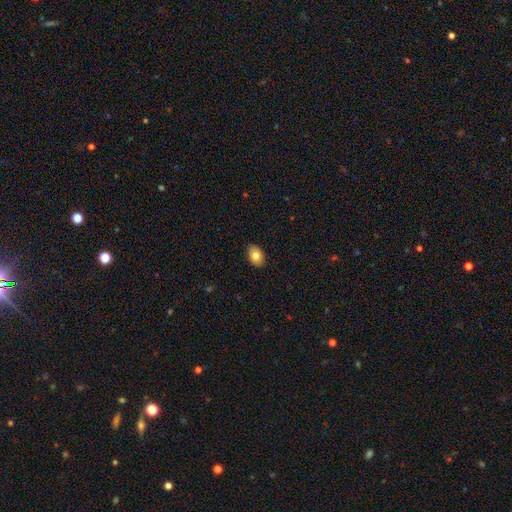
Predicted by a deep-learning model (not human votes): Q: Smooth or featured?
A: smooth (82%); runner-up: featured or disk (10%)
Q: How rounded?
A: in between (81%); runner-up: round (18%)
Q: Merging?
A: none (88%); runner-up: minor disturbance (10%)